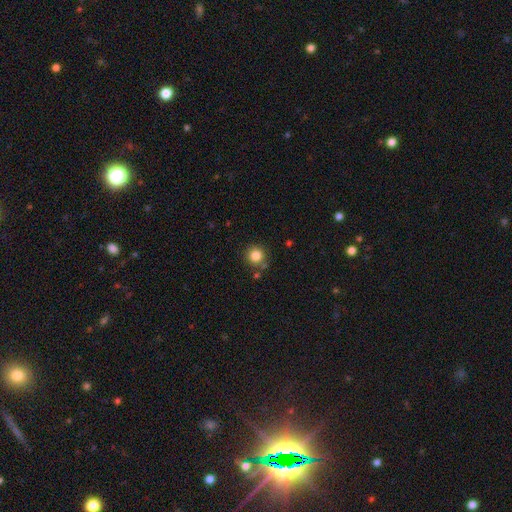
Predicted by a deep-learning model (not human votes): Smooth or featured? smooth (84%)
How rounded? round (94%)
Merging? none (82%)